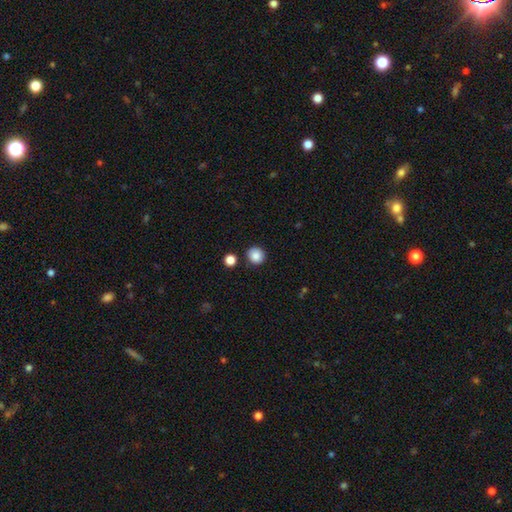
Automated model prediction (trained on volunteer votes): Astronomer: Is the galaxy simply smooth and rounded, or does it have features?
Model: smooth — 86%.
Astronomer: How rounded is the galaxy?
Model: round — 89%.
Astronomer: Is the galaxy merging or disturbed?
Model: none — 86%.